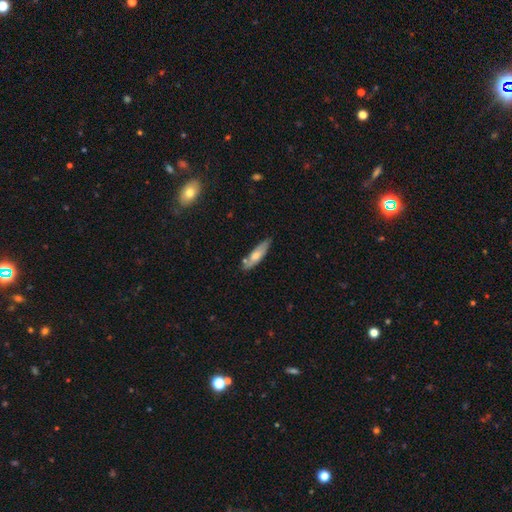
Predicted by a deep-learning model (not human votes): Morphology: type=smooth (60%); roundness=cigar-shaped (64%); merging=none (74%).